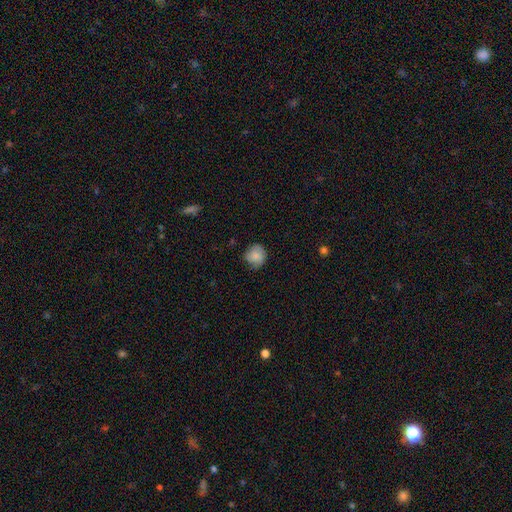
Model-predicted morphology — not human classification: smooth-or-featured: smooth: 80% | featured or disk: 12% | star or artifact: 8%
  how-rounded: round: 85% | in between: 14% | cigar-shaped: 1%
  merging: none: 73% | minor disturbance: 21% | major disturbance: 4% | merger: 1%